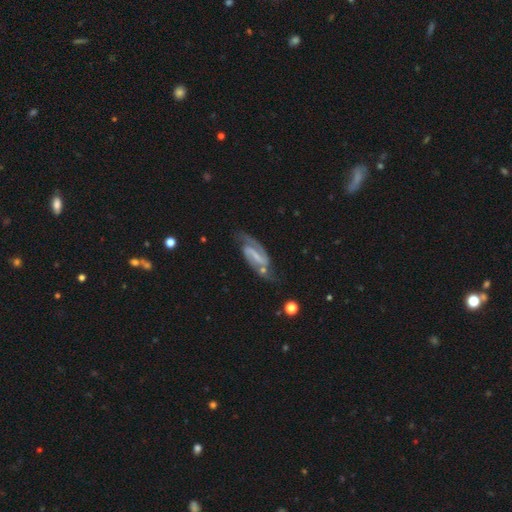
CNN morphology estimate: smooth-or-featured: featured or disk: 90% | smooth: 5% | star or artifact: 5%
  disk-edge-on: no: 96% | yes: 4%
    bar: strong: 60% | weak: 30% | no: 10%
    has-spiral-arms: yes: 97% | no: 3%
      spiral-winding: medium: 55% | loose: 24% | tight: 21%
      spiral-arm-count: 2: 93% | can't tell: 2% | 1: 2% | 3: 1% | 4: 1% | more than 4: 1%
    bulge-size: small: 46% | none: 40% | moderate: 12% | large: 2% | dominant: 1%
  merging: none: 72% | minor disturbance: 16% | major disturbance: 7% | merger: 5%